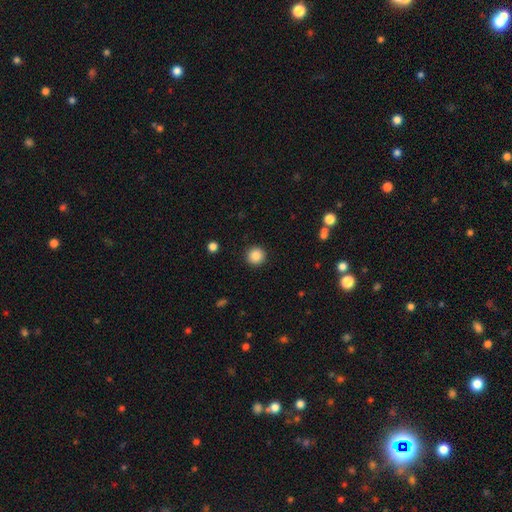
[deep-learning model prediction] Morphology: type=smooth (87%); roundness=round (95%); merging=none (92%).